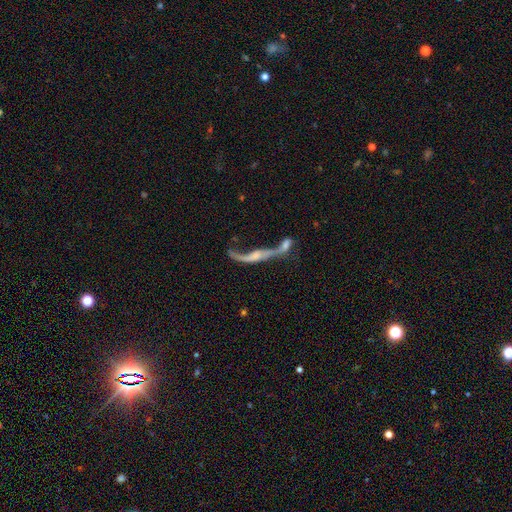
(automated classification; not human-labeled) Smooth or featured? Predicted: featured or disk (p=0.72). Edge-on disk? Predicted: yes (p=0.52). Merging? Predicted: merger (p=0.56).